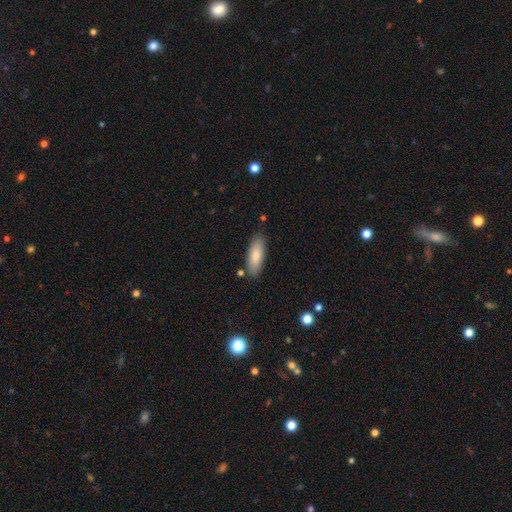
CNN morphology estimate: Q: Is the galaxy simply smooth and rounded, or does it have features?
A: smooth — 83%.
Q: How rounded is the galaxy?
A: in between — 68%.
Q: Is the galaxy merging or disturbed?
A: none — 83%.